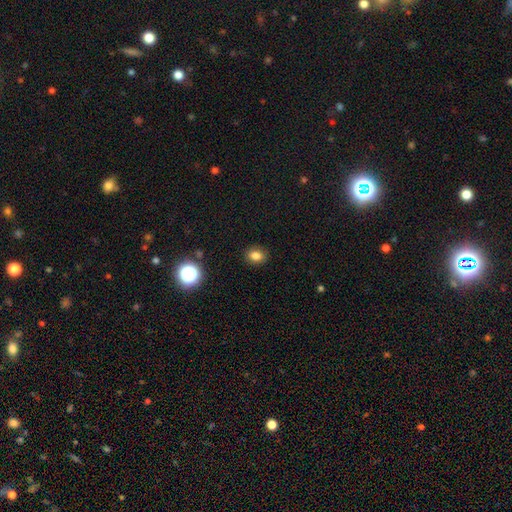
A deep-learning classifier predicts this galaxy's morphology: Smooth or featured?
  - smooth: 81% *
  - star or artifact: 13%
  - featured or disk: 6%
How rounded?
  - in between: 54% *
  - round: 45%
  - cigar-shaped: 1%
Merging?
  - none: 88% *
  - minor disturbance: 9%
  - major disturbance: 2%
  - merger: 1%